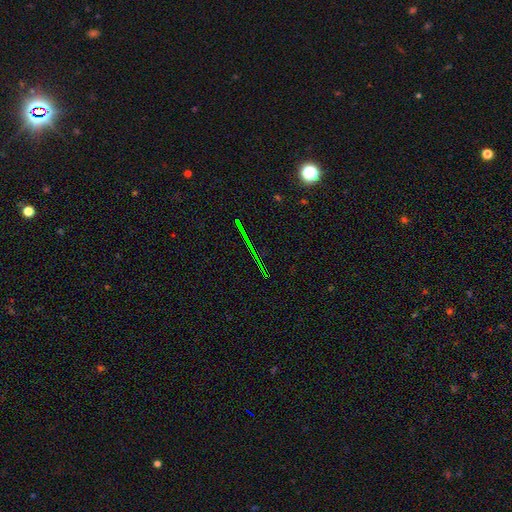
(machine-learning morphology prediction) A star or artifact, not a galaxy (77%).

Vote fractions:
- Smooth or featured? star or artifact: 77% / featured or disk: 12% / smooth: 11%